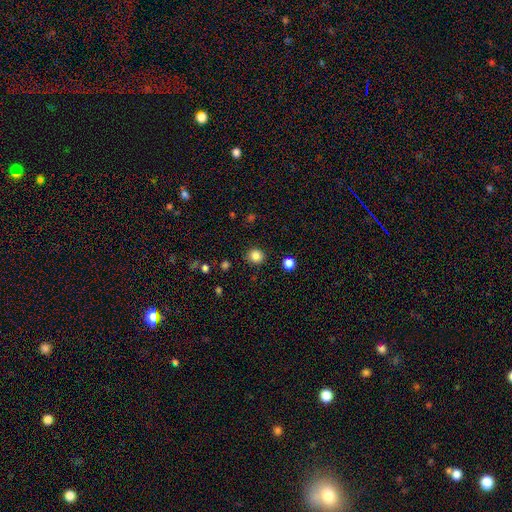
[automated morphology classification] smooth_or_featured: smooth (p=0.85) [alt: star or artifact p=0.11]
how_rounded: round (p=0.89) [alt: in between p=0.10]
merging: none (p=0.89) [alt: minor disturbance p=0.07]